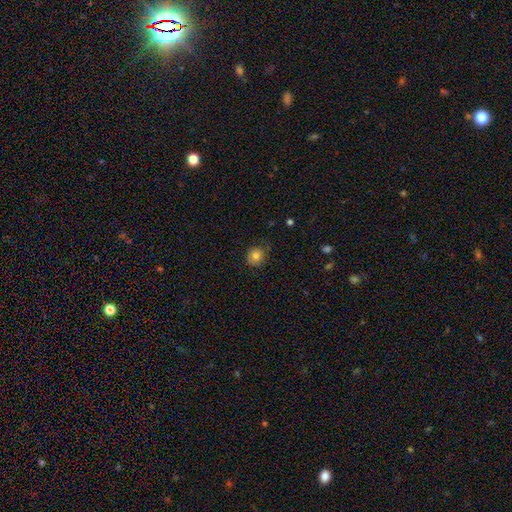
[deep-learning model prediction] This appears to be a smooth galaxy with no disk features (80%) that is round (77%). Merging: none (74%).